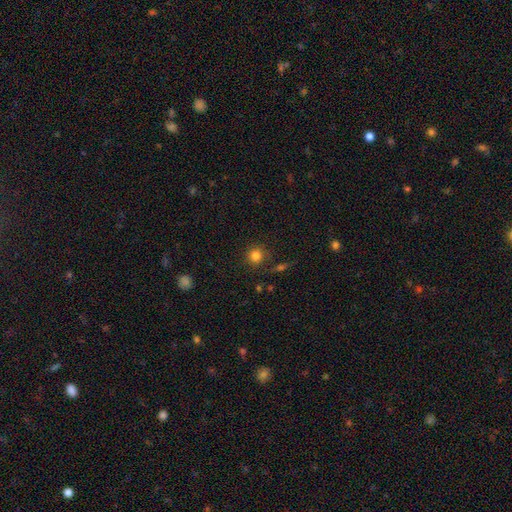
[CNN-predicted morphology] The model was most divided on "smooth or featured": smooth: 81%, star or artifact: 13%, featured or disk: 6%. More confident: how rounded — round (92%); merging — none (84%).